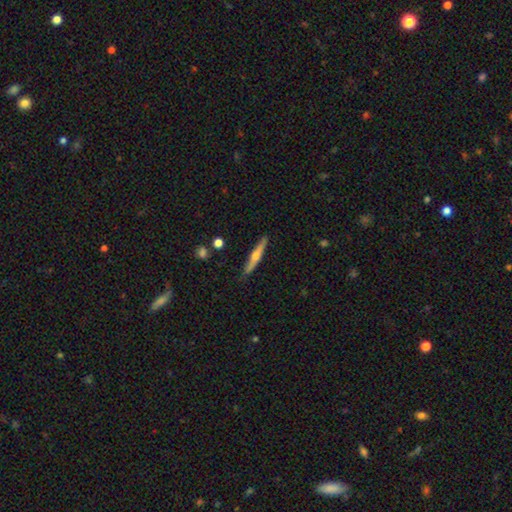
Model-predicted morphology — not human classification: This is possibly a featured or disk galaxy (59%). It is clearly viewed edge-on (96%). Edge-on bulge: clearly rounded (90%). Merging: clearly none (88%).